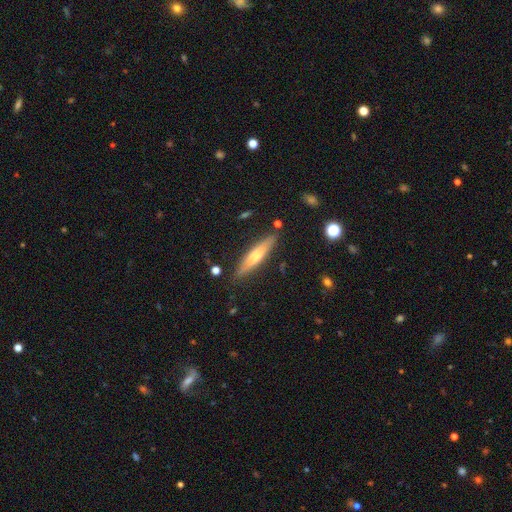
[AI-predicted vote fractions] A smooth galaxy with no disk features (57%) that is cigar-shaped (82%). Merging: none (85%).